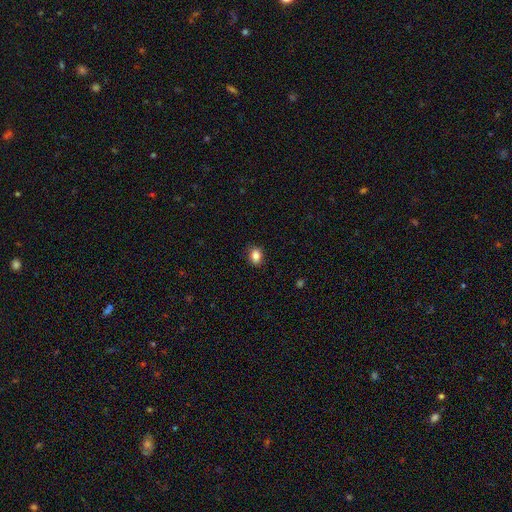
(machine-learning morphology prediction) Overall: smooth (85%). How rounded: in between (63%; round 36%). Merging: none (87%).